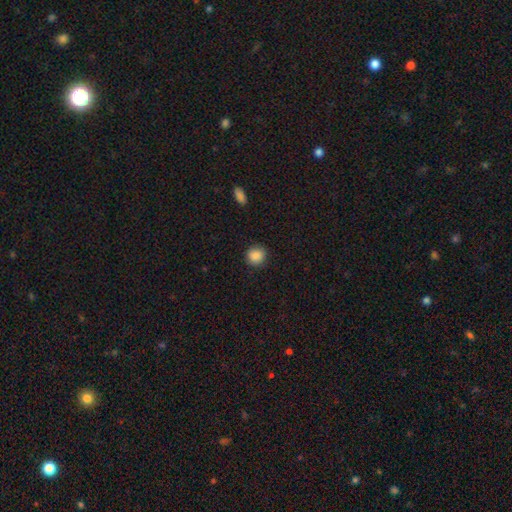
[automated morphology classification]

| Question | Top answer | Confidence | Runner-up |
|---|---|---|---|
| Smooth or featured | smooth | 88% | star or artifact (9%) |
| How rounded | round | 88% | in between (11%) |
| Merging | none | 88% | minor disturbance (9%) |